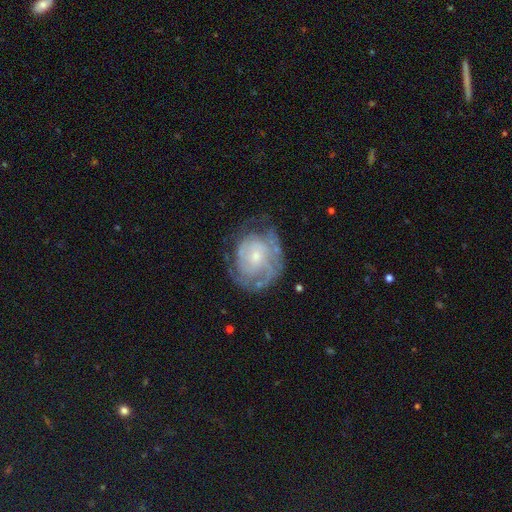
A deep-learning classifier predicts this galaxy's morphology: featured or disk 76%, smooth 17%, star or artifact 7%. Down the decision tree: edge-on disk — no (97%); bar — no (75%); spiral arms — yes (86%); spiral arm count — can't tell (46%); spiral winding — tight (66%); bulge size — small (70%); merging — none (61%).